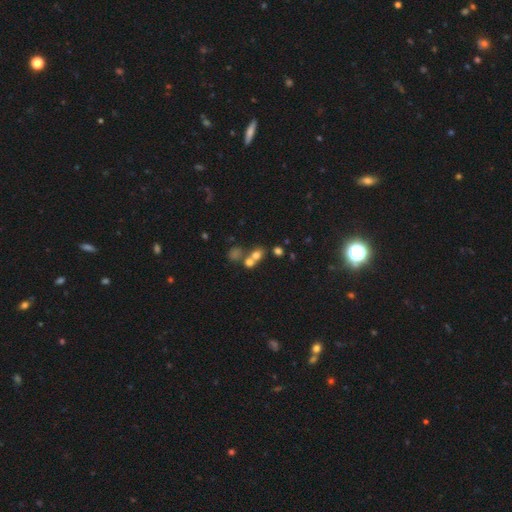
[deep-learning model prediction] This appears to be a smooth galaxy with no disk features (66%) that is round (67%). Merging: merger (49%).